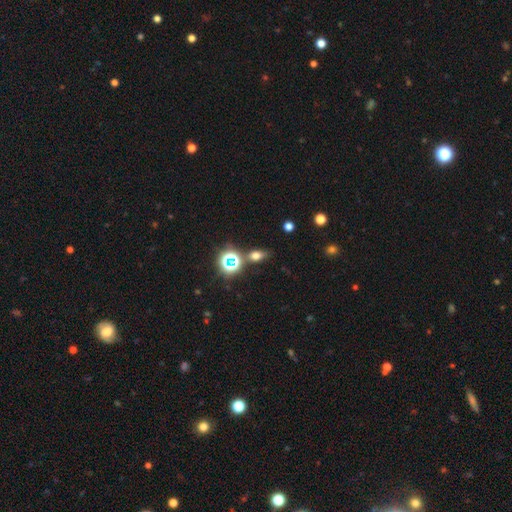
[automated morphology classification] A smooth galaxy with no disk features (58%) that is in between round and cigar-shaped (69%). Merging: none (76%).